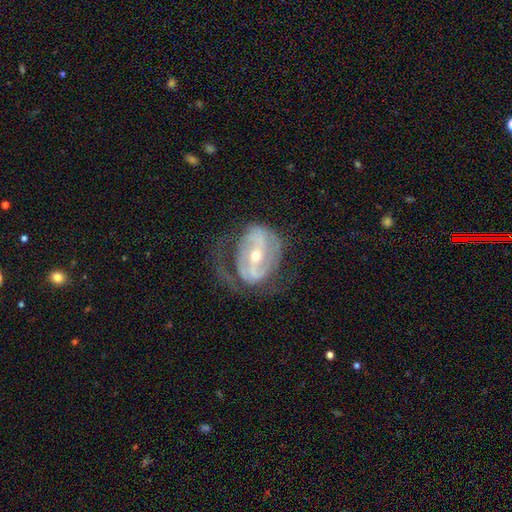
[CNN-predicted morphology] featured or disk 84%, smooth 10%, star or artifact 6%. Down the decision tree: edge-on disk — no (95%); bar — strong (54%); spiral arms — yes (84%); spiral arm count — 2 (64%); spiral winding — medium (41%); bulge size — small (54%); merging — none (46%).